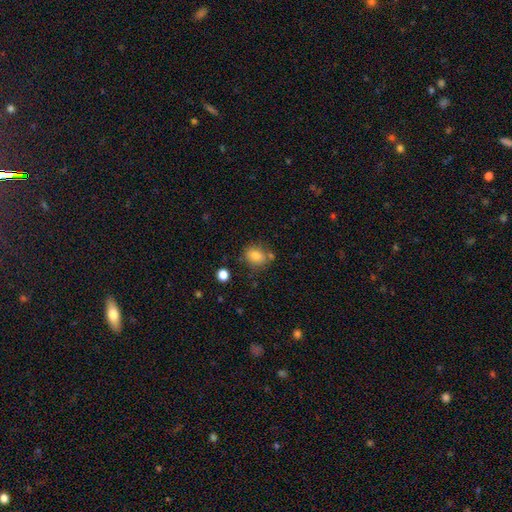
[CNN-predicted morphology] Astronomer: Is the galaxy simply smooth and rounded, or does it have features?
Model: smooth — 79%.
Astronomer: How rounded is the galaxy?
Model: round — 61% (runner-up: in between, 38%).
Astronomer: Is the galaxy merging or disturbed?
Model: none — 68%.